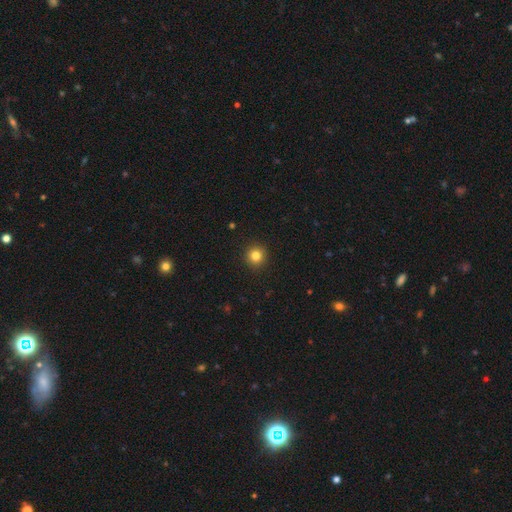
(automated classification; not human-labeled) Morphology: type=smooth (82%); roundness=round (95%); merging=none (93%).